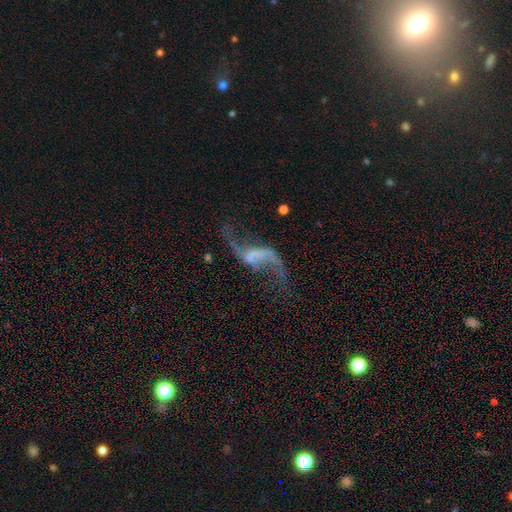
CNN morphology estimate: Smooth or featured? featured or disk (87%)
Edge-on disk? no (96%)
Bar? weak (38%)
Spiral arms? yes (94%)
Spiral winding? loose (93%)
Spiral arm count? 2 (92%)
Bulge size? none (66%)
Merging? none (61%)